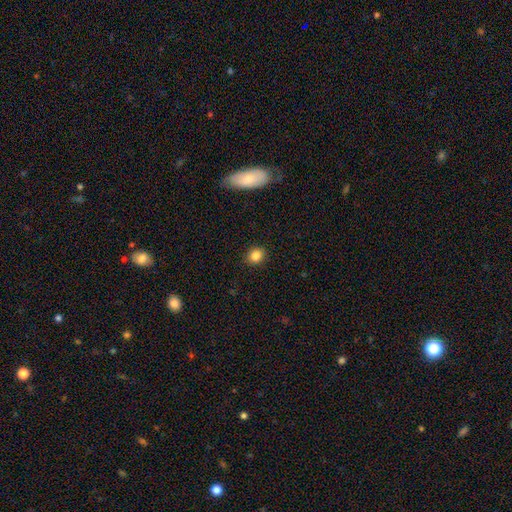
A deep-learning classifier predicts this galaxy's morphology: Overall: smooth (84%). How rounded: round (71%). Merging: none (90%).